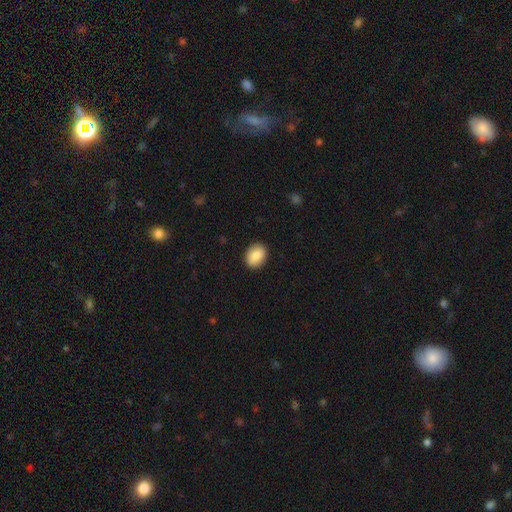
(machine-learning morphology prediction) This is clearly a smooth galaxy (88%). How rounded: likely in between (67%). Merging: clearly none (89%).